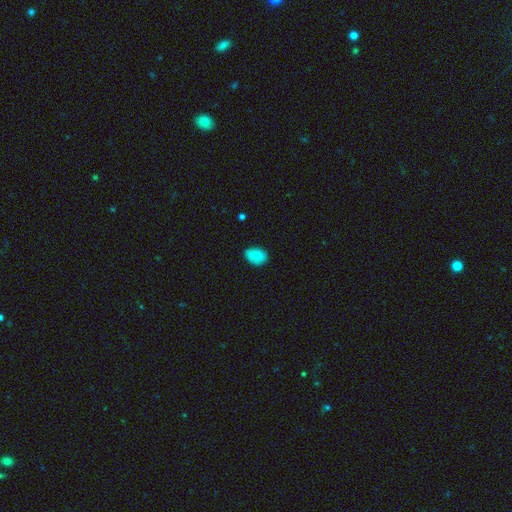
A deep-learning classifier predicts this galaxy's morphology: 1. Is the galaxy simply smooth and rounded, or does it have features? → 87% smooth, 8% star or artifact, 6% featured or disk.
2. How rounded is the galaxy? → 80% in between, 18% round, 1% cigar-shaped.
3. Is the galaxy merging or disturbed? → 79% none, 17% minor disturbance, 3% major disturbance, 1% merger.